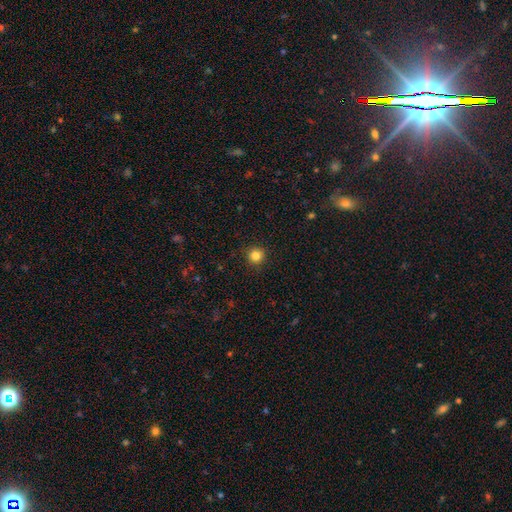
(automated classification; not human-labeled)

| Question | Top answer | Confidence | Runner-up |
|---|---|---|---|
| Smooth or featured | smooth | 83% | star or artifact (12%) |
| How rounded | round | 95% | in between (4%) |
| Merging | none | 92% | minor disturbance (5%) |